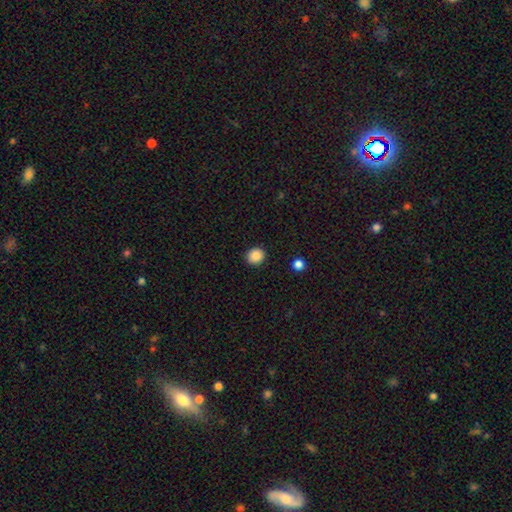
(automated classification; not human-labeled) Morphology: type=smooth (88%); roundness=round (82%); merging=none (91%).